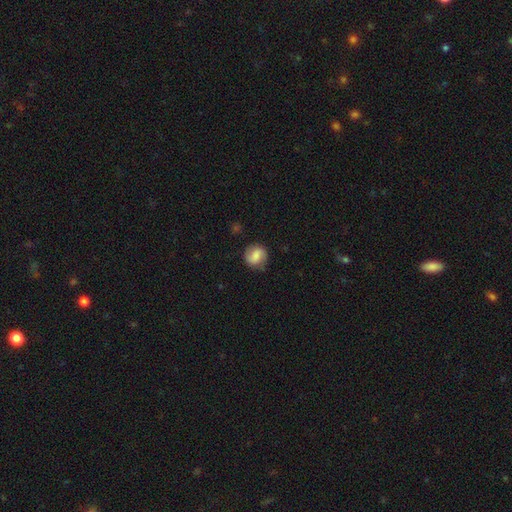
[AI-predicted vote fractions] A smooth galaxy with no disk features (61%) that is round (80%).

Vote fractions:
- Smooth or featured? smooth: 61% / featured or disk: 31% / star or artifact: 8%
- How rounded? round: 80% / in between: 18% / cigar-shaped: 1%
- Merging? none: 75% / minor disturbance: 18% / major disturbance: 5% / merger: 2%